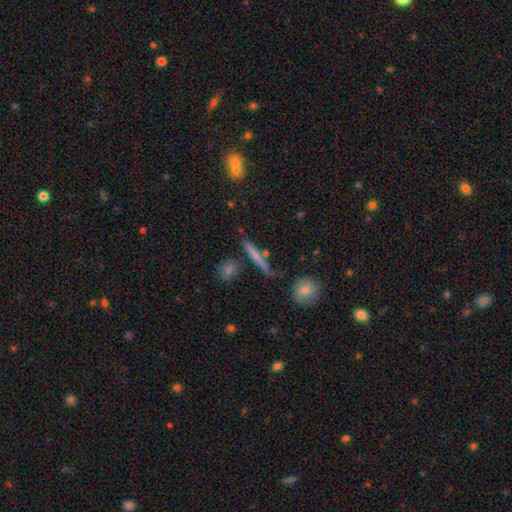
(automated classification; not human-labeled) Smooth or featured?
  - smooth: 54% *
  - featured or disk: 37%
  - star or artifact: 9%
How rounded?
  - cigar-shaped: 89% *
  - in between: 7%
  - round: 4%
Merging?
  - none: 80% *
  - minor disturbance: 10%
  - merger: 7%
  - major disturbance: 3%